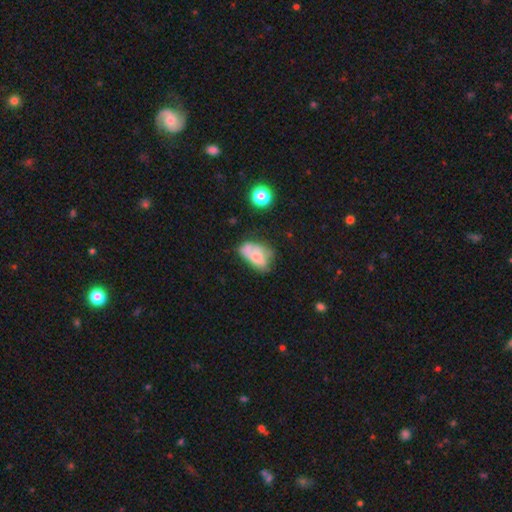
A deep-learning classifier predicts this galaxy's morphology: This appears to be a smooth galaxy with no disk features (51%) that is in between round and cigar-shaped (88%). Merging: none (32%).